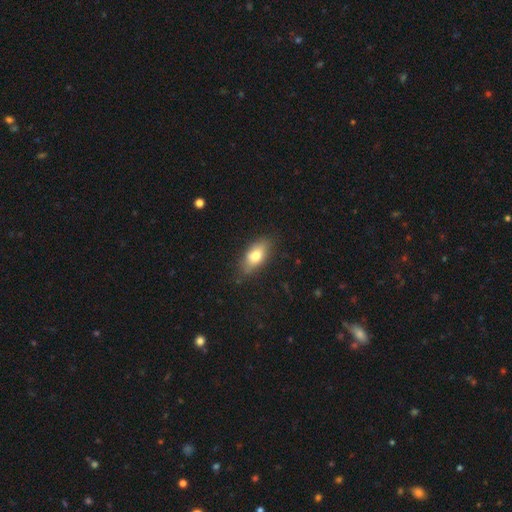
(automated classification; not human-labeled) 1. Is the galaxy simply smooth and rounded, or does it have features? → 73% smooth, 19% featured or disk, 8% star or artifact.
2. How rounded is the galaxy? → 85% in between, 10% cigar-shaped, 6% round.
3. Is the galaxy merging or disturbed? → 76% none, 19% minor disturbance, 4% major disturbance, 2% merger.